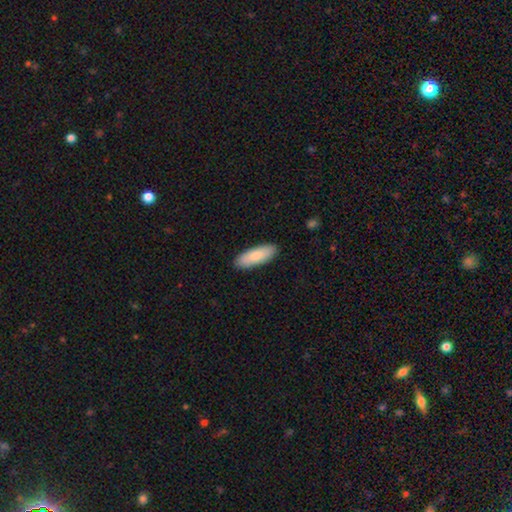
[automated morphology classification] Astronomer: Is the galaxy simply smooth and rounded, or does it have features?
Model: smooth — 85%.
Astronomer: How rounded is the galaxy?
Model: in between — 64%.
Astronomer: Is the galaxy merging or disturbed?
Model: none — 89%.